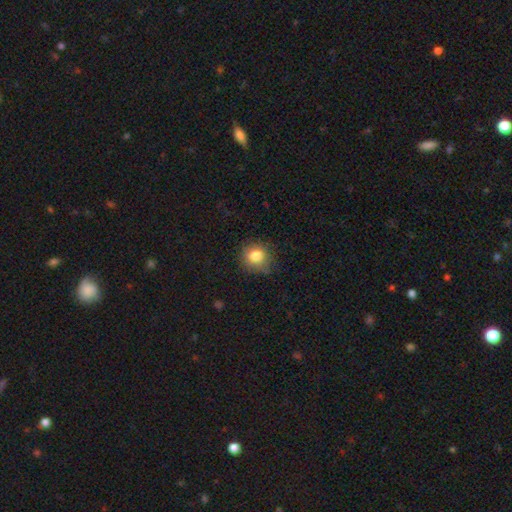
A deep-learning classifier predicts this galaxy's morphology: Smooth or featured? smooth (82%)
How rounded? round (87%)
Merging? none (81%)